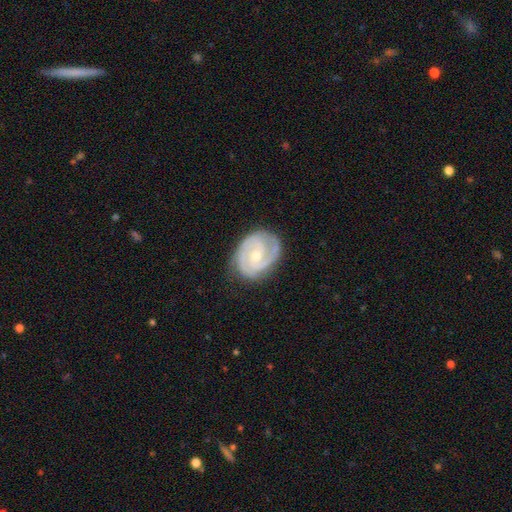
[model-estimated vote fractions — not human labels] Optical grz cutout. It shows a featured or disk galaxy (87%) with no bar (58%), 2 (63%) tight (62%) spiral arms (97%) and a small central bulge (52%). Merging: none (77%).